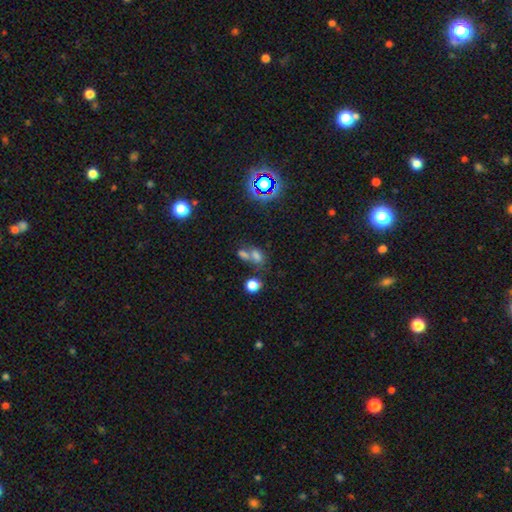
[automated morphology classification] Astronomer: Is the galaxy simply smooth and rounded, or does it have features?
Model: smooth — 62%.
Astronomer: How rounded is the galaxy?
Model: in between — 72%.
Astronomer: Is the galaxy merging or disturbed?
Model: merger — 54% (runner-up: none, 30%).